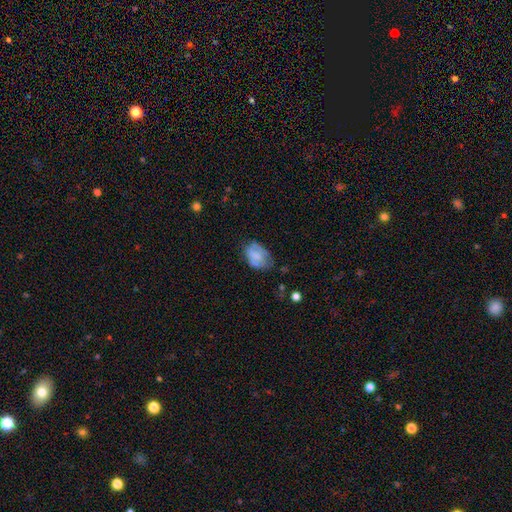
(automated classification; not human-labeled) Smooth or featured: smooth — 60% (featured or disk — 31%)
How rounded: in between — 82% (round — 17%)
Merging: none — 46% (minor disturbance — 34%)